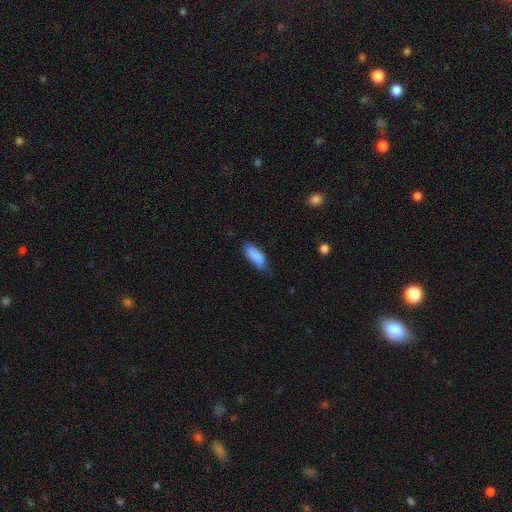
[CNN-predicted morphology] Smooth or featured? Predicted: smooth (p=0.86). How rounded? Predicted: in between (p=0.74). Merging? Predicted: none (p=0.58).